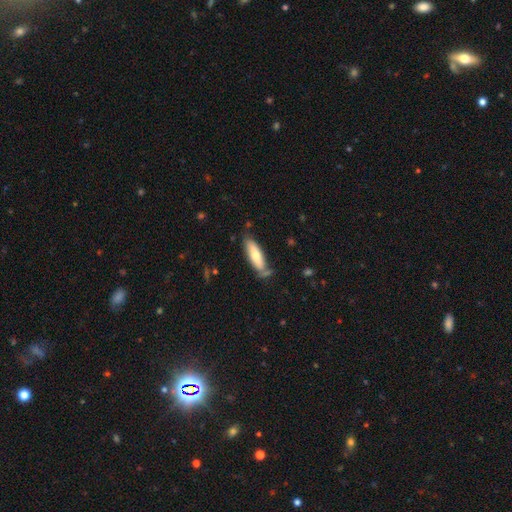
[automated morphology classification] A smooth galaxy with no disk features (67%) that is in between round and cigar-shaped (50%).

Vote fractions:
- Smooth or featured? smooth: 67% / featured or disk: 27% / star or artifact: 6%
- How rounded? in between: 50% / cigar-shaped: 49% / round: 2%
- Merging? none: 68% / minor disturbance: 21% / merger: 7% / major disturbance: 5%